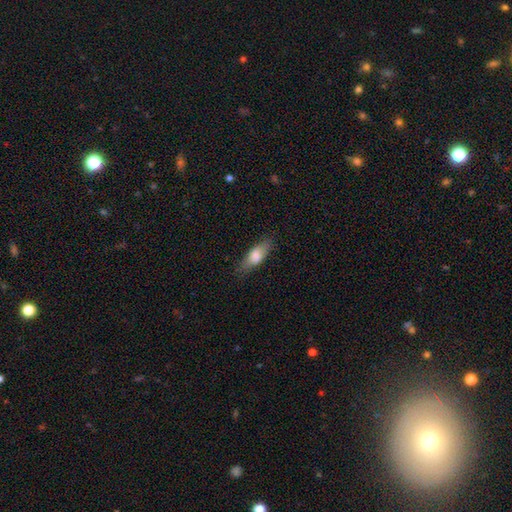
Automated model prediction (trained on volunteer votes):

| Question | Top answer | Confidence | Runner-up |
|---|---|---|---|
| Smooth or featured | smooth | 75% | featured or disk (19%) |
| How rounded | in between | 64% | cigar-shaped (33%) |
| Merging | none | 78% | minor disturbance (16%) |